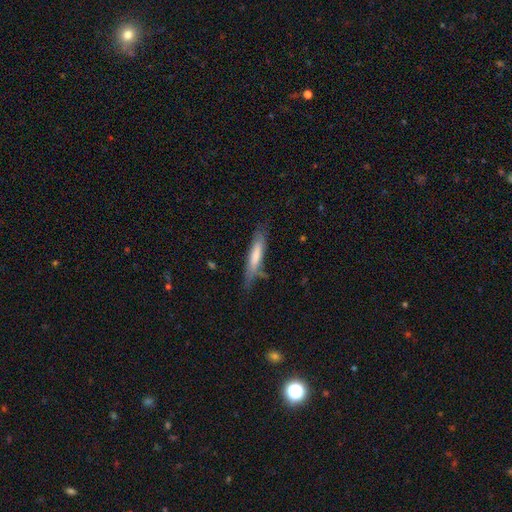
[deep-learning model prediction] Smooth or featured?
  - smooth: 68% *
  - featured or disk: 26%
  - star or artifact: 6%
How rounded?
  - cigar-shaped: 85% *
  - in between: 13%
  - round: 1%
Merging?
  - none: 62% *
  - minor disturbance: 26%
  - major disturbance: 8%
  - merger: 4%